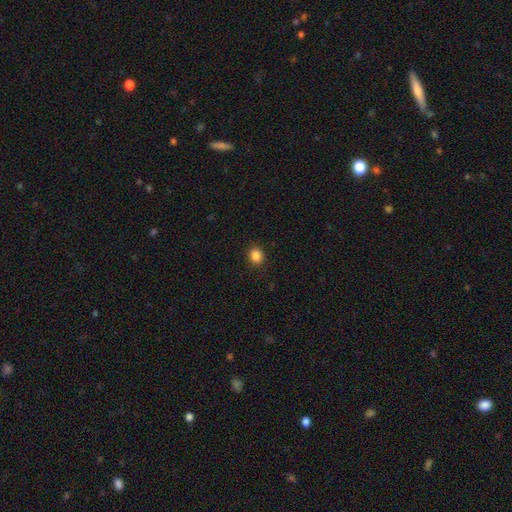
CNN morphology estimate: Smooth or featured? Predicted: smooth (p=0.86). How rounded? Predicted: round (p=0.72). Merging? Predicted: none (p=0.91).